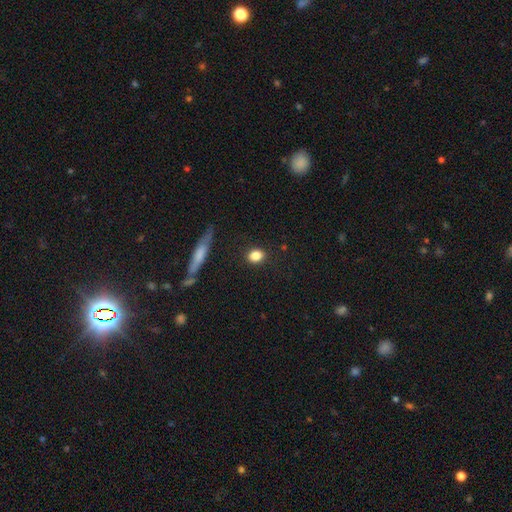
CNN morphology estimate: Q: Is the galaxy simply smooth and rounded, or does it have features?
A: smooth — 84%.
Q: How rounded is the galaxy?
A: round — 50%.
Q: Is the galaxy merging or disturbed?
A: none — 87%.